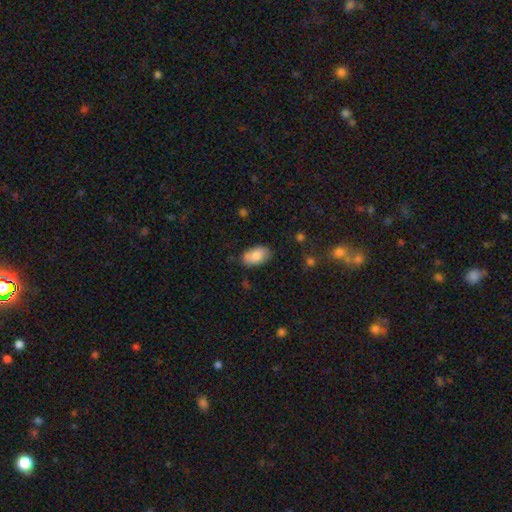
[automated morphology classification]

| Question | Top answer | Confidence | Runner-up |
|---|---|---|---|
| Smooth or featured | smooth | 81% | featured or disk (13%) |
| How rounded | in between | 93% | round (5%) |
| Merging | none | 80% | minor disturbance (15%) |